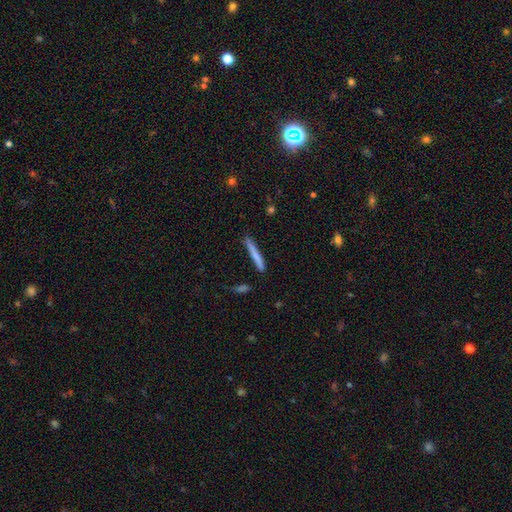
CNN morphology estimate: smooth-or-featured: smooth: 68% | featured or disk: 27% | star or artifact: 6%
  how-rounded: cigar-shaped: 95% | in between: 3% | round: 1%
  merging: none: 83% | minor disturbance: 13% | major disturbance: 2% | merger: 2%